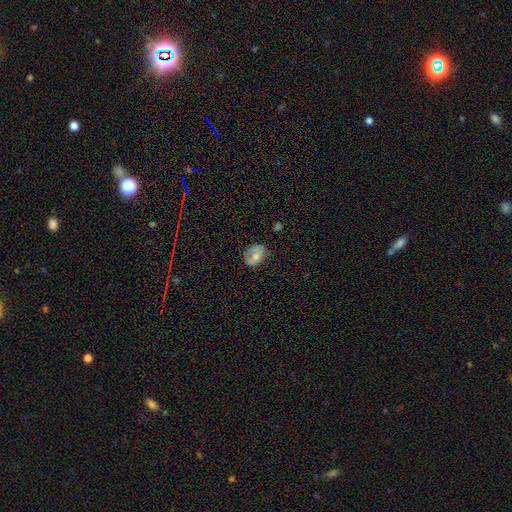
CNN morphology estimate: Smooth or featured?
  - smooth: 64% *
  - featured or disk: 27%
  - star or artifact: 8%
How rounded?
  - in between: 68% *
  - round: 31%
  - cigar-shaped: 1%
Merging?
  - none: 67% *
  - minor disturbance: 24%
  - major disturbance: 7%
  - merger: 2%